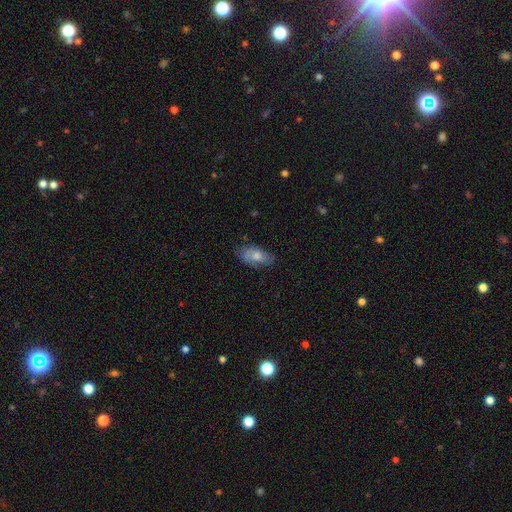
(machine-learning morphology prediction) type=smooth (67%); roundness=in between (90%); merging=none (62%).